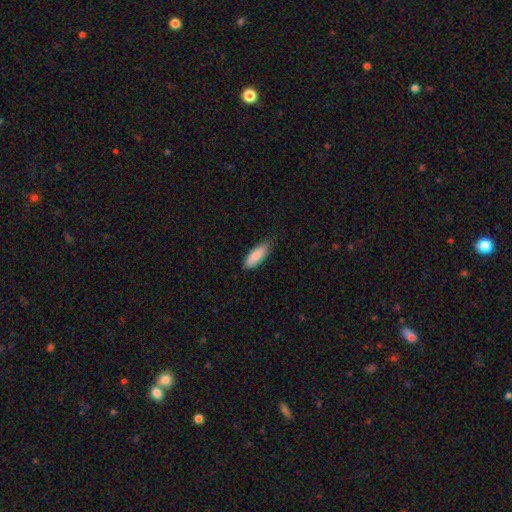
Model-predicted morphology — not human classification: type=smooth (85%); roundness=in between (71%); merging=none (76%).